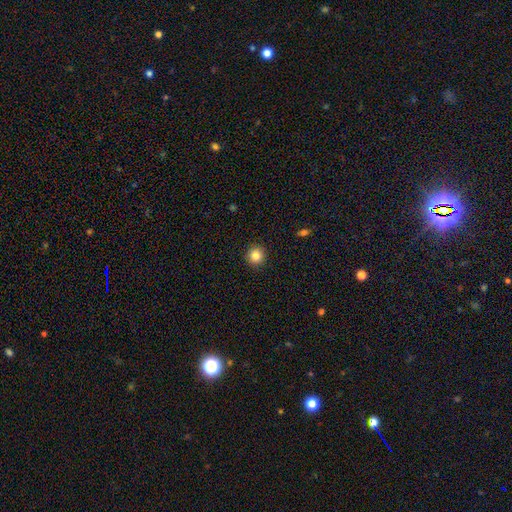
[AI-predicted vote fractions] Morphology: type=smooth (83%); roundness=round (95%); merging=none (92%).